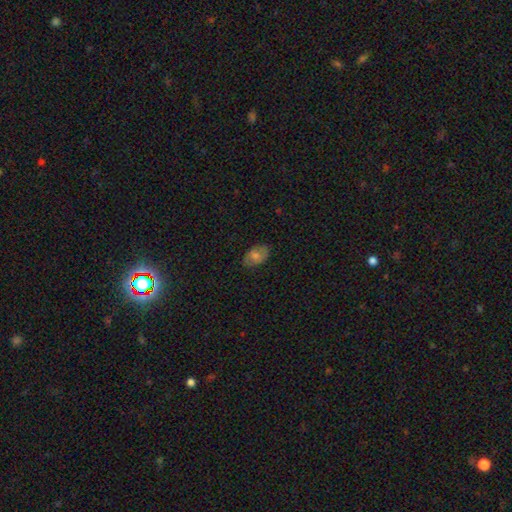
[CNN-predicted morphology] Smooth or featured: smooth — 52% (featured or disk — 35%)
How rounded: in between — 84% (round — 14%)
Merging: none — 81% (minor disturbance — 15%)